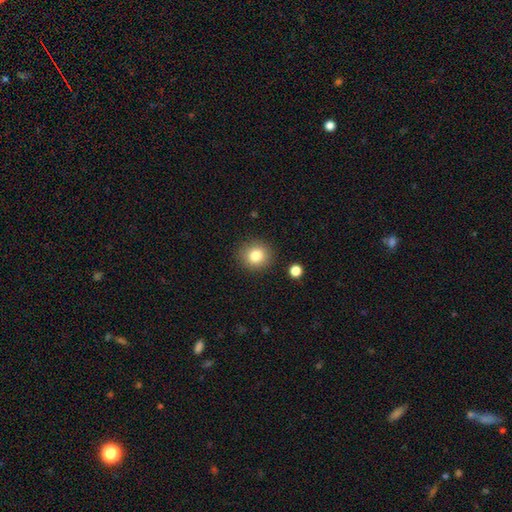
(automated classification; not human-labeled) smooth-or-featured: smooth: 82% | star or artifact: 11% | featured or disk: 7%
  how-rounded: round: 87% | in between: 12% | cigar-shaped: 1%
  merging: none: 88% | minor disturbance: 7% | major disturbance: 2% | merger: 2%